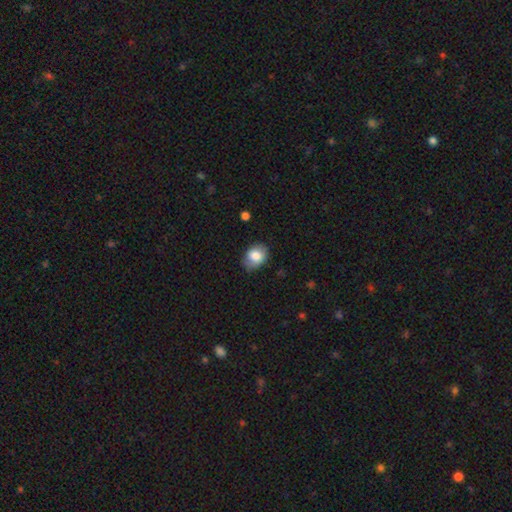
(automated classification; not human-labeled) smooth_or_featured: smooth (p=0.79) [alt: featured or disk p=0.14]
how_rounded: in between (p=0.67) [alt: round p=0.32]
merging: none (p=0.73) [alt: minor disturbance p=0.22]